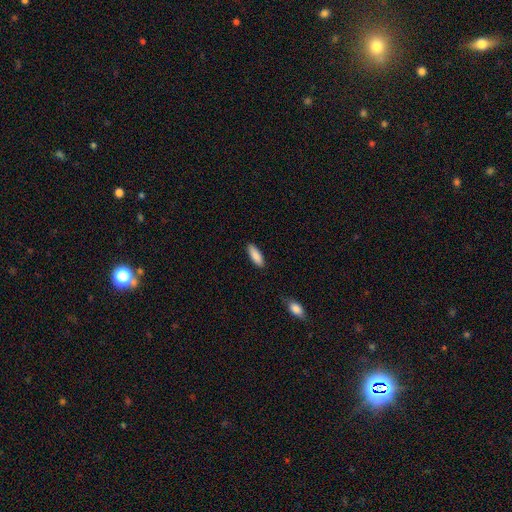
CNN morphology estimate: This appears to be a smooth galaxy with no disk features (89%) that is in between round and cigar-shaped (64%). Merging: none (86%).